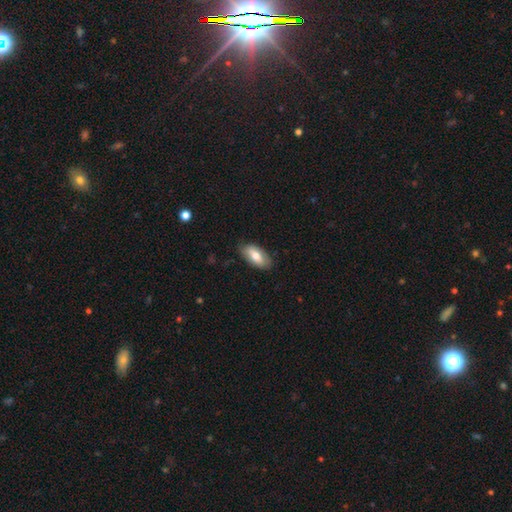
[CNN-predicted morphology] Smooth or featured?
  - smooth: 69% *
  - featured or disk: 25%
  - star or artifact: 6%
How rounded?
  - in between: 92% *
  - cigar-shaped: 6%
  - round: 3%
Merging?
  - none: 82% *
  - minor disturbance: 15%
  - major disturbance: 3%
  - merger: 1%